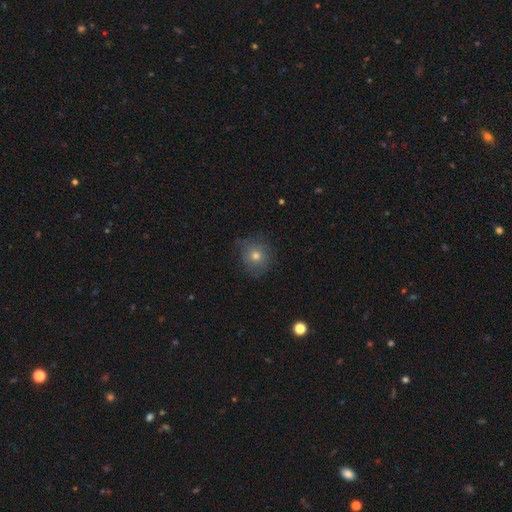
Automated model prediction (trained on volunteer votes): Morphology: type=smooth (63%); roundness=round (89%); merging=none (77%).